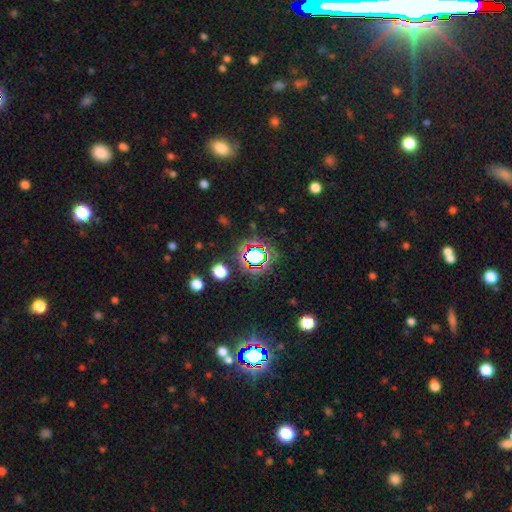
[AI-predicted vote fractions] A star or artifact, not a galaxy (62%).